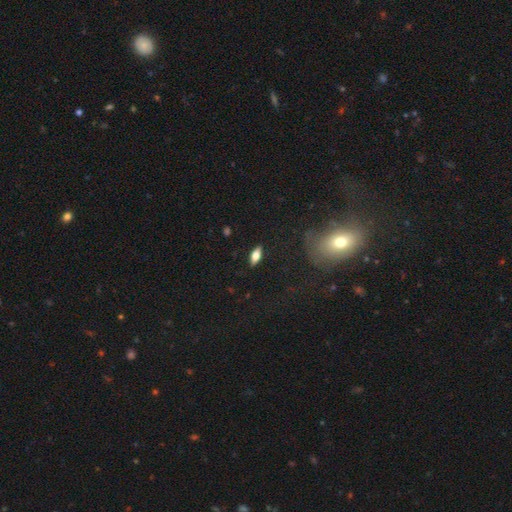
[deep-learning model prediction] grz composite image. It shows a smooth galaxy with no disk features (56%) that is in between round and cigar-shaped (71%). Merging: none (89%).